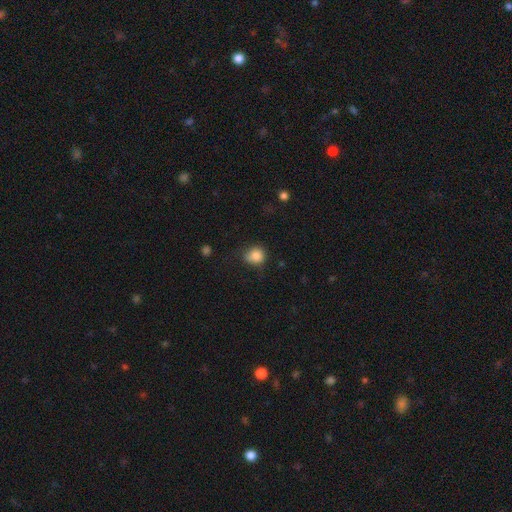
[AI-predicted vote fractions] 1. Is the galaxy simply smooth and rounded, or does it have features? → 85% smooth, 10% star or artifact, 5% featured or disk.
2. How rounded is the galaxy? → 79% round, 20% in between, 1% cigar-shaped.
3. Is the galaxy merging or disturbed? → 65% none, 26% minor disturbance, 7% major disturbance, 2% merger.